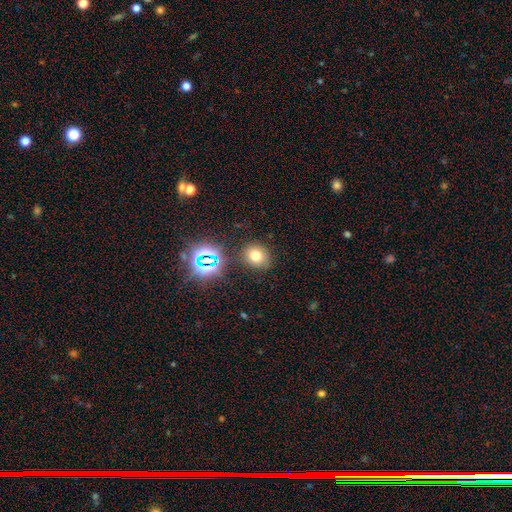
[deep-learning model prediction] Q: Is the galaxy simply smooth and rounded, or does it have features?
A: smooth — 69%.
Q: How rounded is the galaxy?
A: round — 66%.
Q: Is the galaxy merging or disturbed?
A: none — 81%.